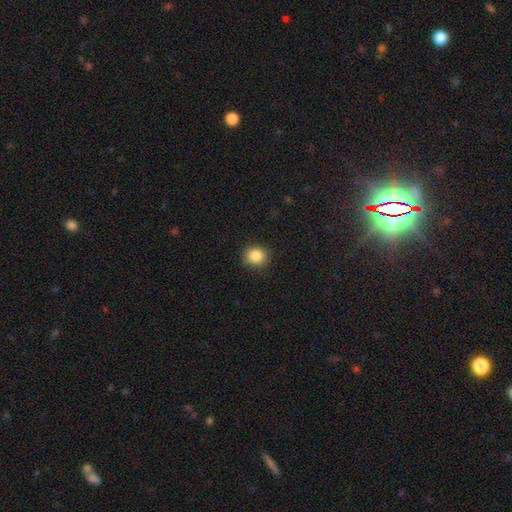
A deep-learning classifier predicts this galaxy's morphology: A smooth galaxy with no disk features (85%) that is round (83%).

Vote fractions:
- Smooth or featured? smooth: 85% / star or artifact: 10% / featured or disk: 5%
- How rounded? round: 83% / in between: 16% / cigar-shaped: 1%
- Merging? none: 88% / minor disturbance: 9% / major disturbance: 2% / merger: 1%